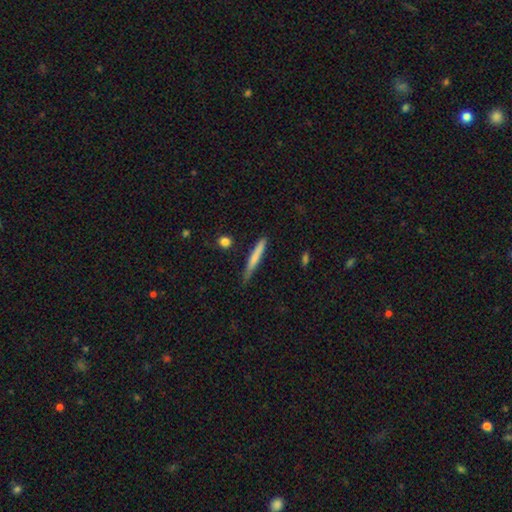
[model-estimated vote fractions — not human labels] The model was most divided on "smooth or featured": smooth: 69%, featured or disk: 25%, star or artifact: 6%. More confident: how rounded — cigar-shaped (95%); merging — none (75%).